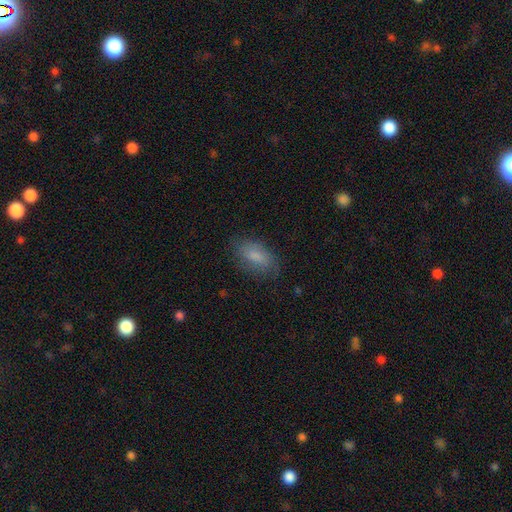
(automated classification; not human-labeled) A smooth galaxy with no disk features (78%) that is in between round and cigar-shaped (89%).

Vote fractions:
- Smooth or featured? smooth: 78% / featured or disk: 14% / star or artifact: 8%
- How rounded? in between: 89% / cigar-shaped: 6% / round: 4%
- Merging? none: 75% / minor disturbance: 18% / major disturbance: 6% / merger: 1%